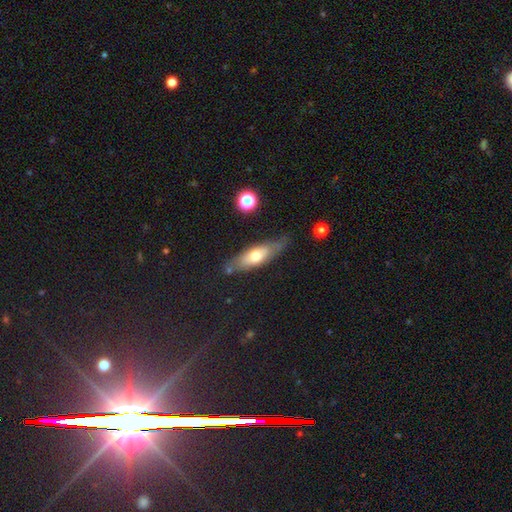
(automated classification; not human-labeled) Q: Smooth or featured?
A: smooth (53%); runner-up: featured or disk (39%)
Q: How rounded?
A: in between (53%); runner-up: cigar-shaped (44%)
Q: Merging?
A: none (69%); runner-up: minor disturbance (22%)